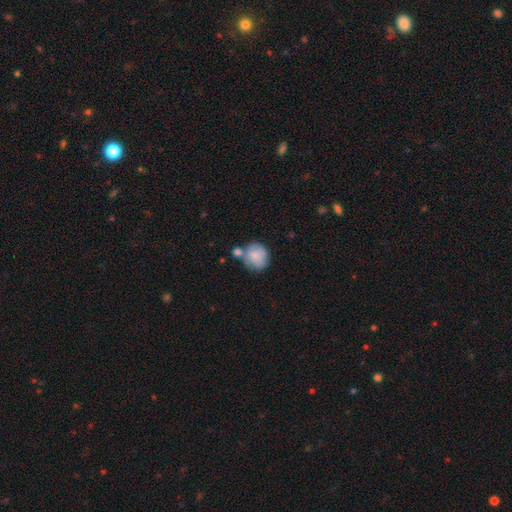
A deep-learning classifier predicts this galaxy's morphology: A smooth galaxy with no disk features (80%) that is round (82%). Merging: none (52%).